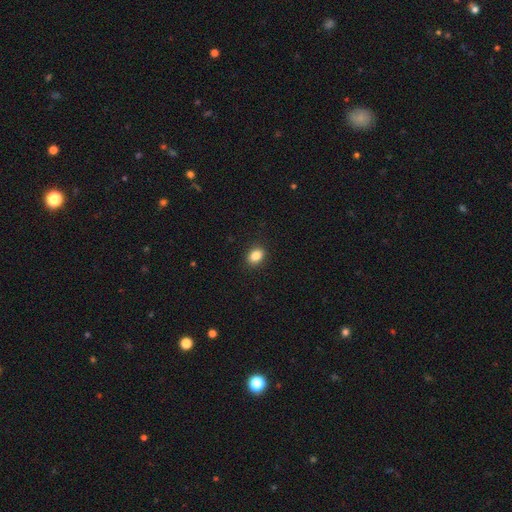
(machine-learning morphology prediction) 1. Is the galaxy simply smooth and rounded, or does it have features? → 86% smooth, 9% star or artifact, 5% featured or disk.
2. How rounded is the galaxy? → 73% in between, 26% round, 1% cigar-shaped.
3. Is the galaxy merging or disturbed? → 90% none, 7% minor disturbance, 2% major disturbance, 1% merger.